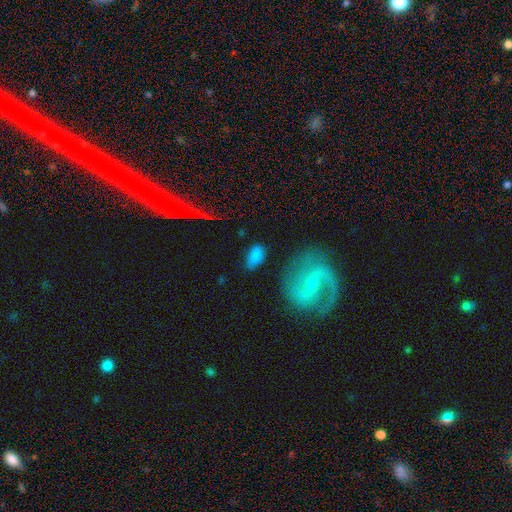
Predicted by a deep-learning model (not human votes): Q: Smooth or featured?
A: smooth (77%); runner-up: featured or disk (14%)
Q: How rounded?
A: in between (92%); runner-up: round (5%)
Q: Merging?
A: none (70%); runner-up: minor disturbance (20%)